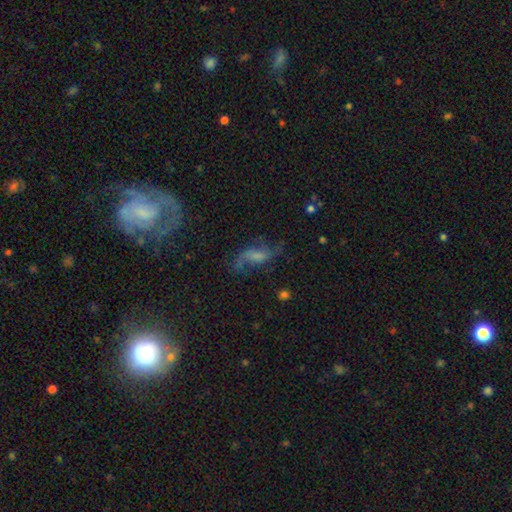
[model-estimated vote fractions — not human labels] Smooth or featured?
  - featured or disk: 65% *
  - smooth: 20%
  - star or artifact: 15%
Edge-on disk?
  - no: 91% *
  - yes: 9%
Bar?
  - weak: 44% *
  - no: 40%
  - strong: 17%
Spiral arms?
  - yes: 88% *
  - no: 12%
Spiral winding?
  - loose: 69% *
  - medium: 24%
  - tight: 7%
Spiral arm count?
  - 2: 81% *
  - can't tell: 8%
  - 1: 5%
  - 3: 3%
  - 4: 2%
  - more than 4: 2%
Bulge size?
  - none: 38% *
  - small: 29%
  - moderate: 24%
  - large: 8%
  - dominant: 2%
Merging?
  - none: 55% *
  - major disturbance: 22%
  - minor disturbance: 20%
  - merger: 4%